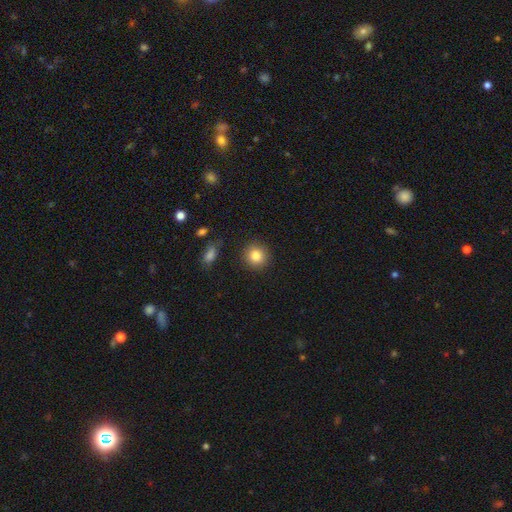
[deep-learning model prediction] smooth-or-featured: smooth: 84% | star or artifact: 9% | featured or disk: 7%
  how-rounded: round: 90% | in between: 9% | cigar-shaped: 1%
  merging: none: 89% | minor disturbance: 7% | major disturbance: 2% | merger: 2%